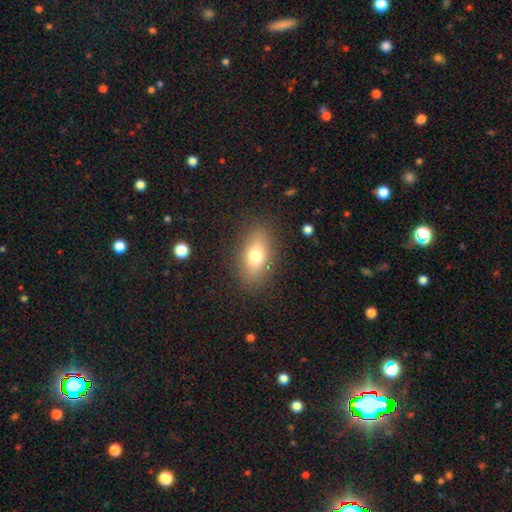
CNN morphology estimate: A smooth galaxy with no disk features (74%) that is in between round and cigar-shaped (84%). Merging: none (86%).